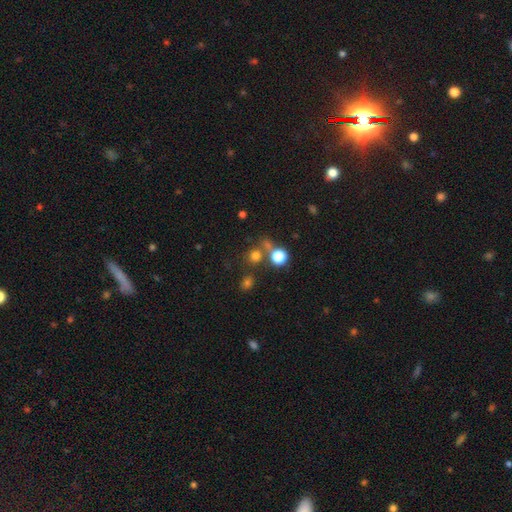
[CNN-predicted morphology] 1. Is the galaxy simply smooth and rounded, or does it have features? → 69% smooth, 23% star or artifact, 8% featured or disk.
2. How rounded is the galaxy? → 88% round, 11% in between, 1% cigar-shaped.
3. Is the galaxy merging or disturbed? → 66% none, 21% merger, 8% minor disturbance, 5% major disturbance.